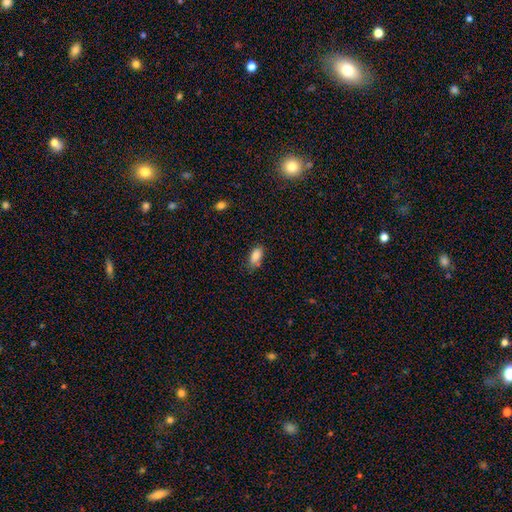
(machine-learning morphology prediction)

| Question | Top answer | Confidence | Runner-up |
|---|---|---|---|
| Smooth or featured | smooth | 85% | star or artifact (8%) |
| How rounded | in between | 90% | cigar-shaped (6%) |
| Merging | none | 71% | minor disturbance (22%) |